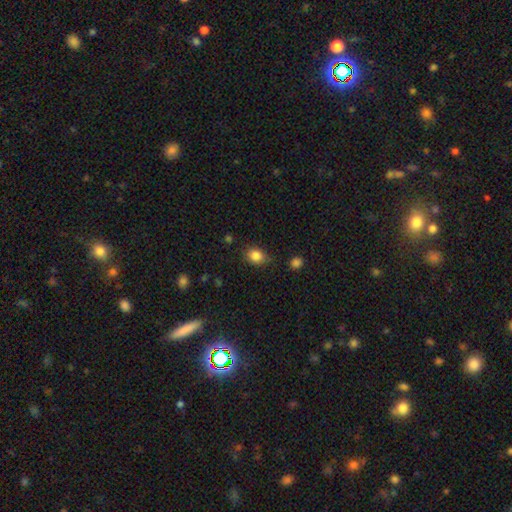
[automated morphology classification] smooth_or_featured: smooth (p=0.85) [alt: star or artifact p=0.10]
how_rounded: round (p=0.51) [alt: in between p=0.48]
merging: none (p=0.77) [alt: minor disturbance p=0.17]